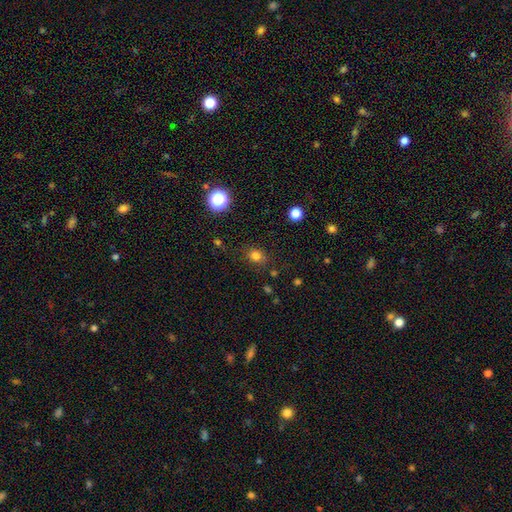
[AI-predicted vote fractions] smooth 78%, star or artifact 17%, featured or disk 5%. Down the decision tree: how rounded — round (67%); merging — none (79%).